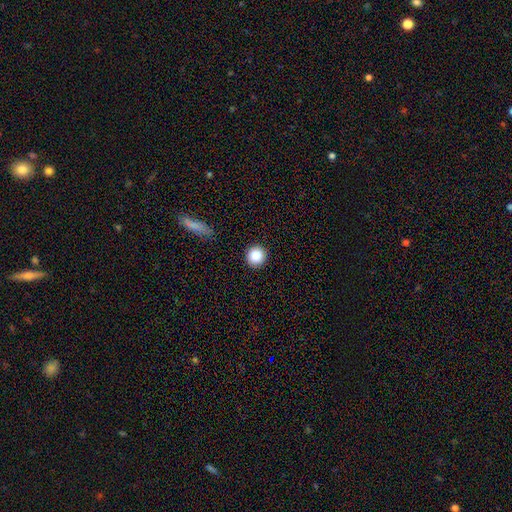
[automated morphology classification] smooth 86%, star or artifact 9%, featured or disk 5%. Down the decision tree: how rounded — round (94%); merging — none (92%).